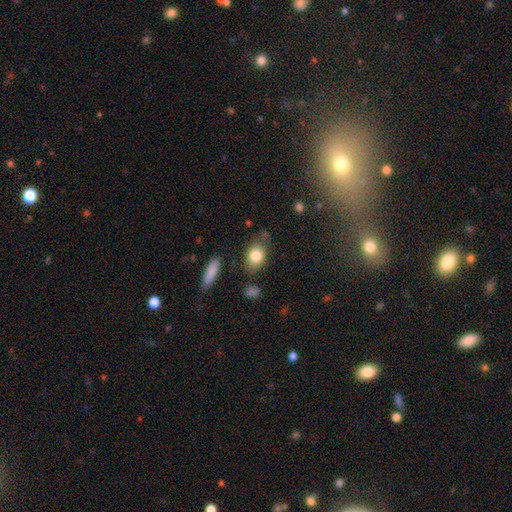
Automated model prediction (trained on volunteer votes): smooth 81%, featured or disk 11%, star or artifact 8%. Down the decision tree: how rounded — in between (73%); merging — none (71%).